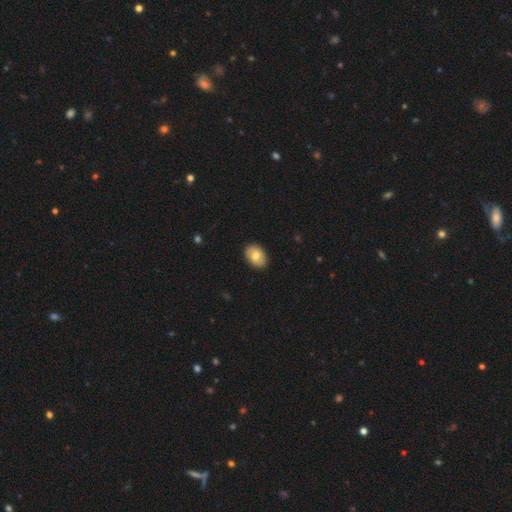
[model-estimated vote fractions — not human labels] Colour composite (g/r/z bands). It shows a smooth galaxy with no disk features (76%) that is in between round and cigar-shaped (84%). Merging: none (88%).